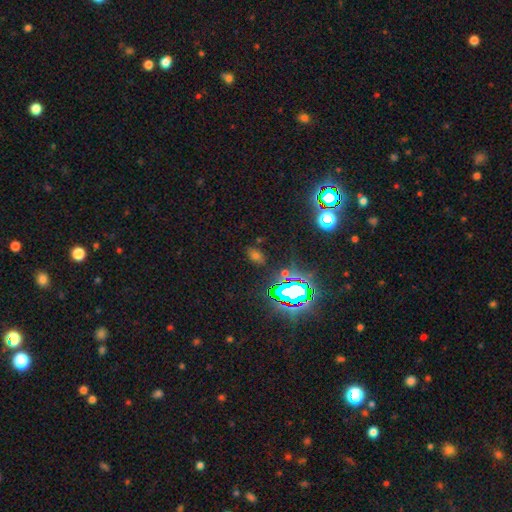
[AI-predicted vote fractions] A star or artifact, not a galaxy (49%).